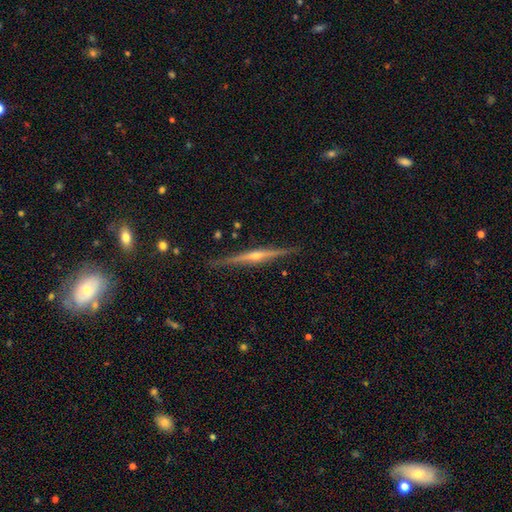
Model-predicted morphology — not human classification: This is clearly a featured or disk galaxy (81%). It is clearly viewed edge-on (98%). Edge-on bulge: clearly rounded (83%). Merging: clearly none (88%).